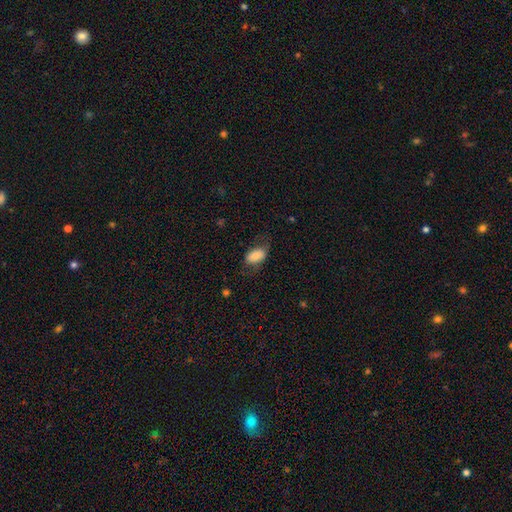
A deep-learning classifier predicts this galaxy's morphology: type=smooth (76%); roundness=in between (91%); merging=none (62%).